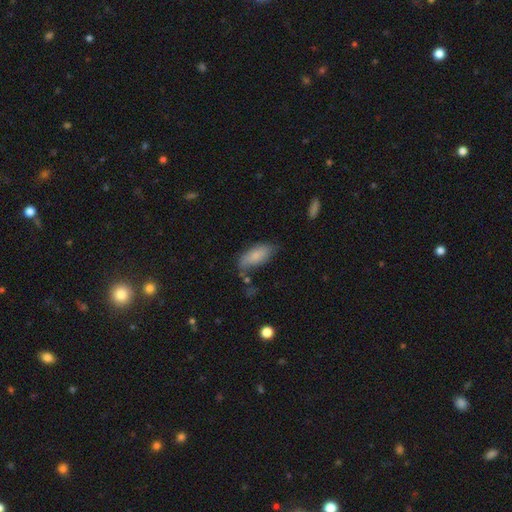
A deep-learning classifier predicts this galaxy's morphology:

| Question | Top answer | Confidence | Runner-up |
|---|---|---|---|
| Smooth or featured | smooth | 78% | featured or disk (15%) |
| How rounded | in between | 84% | cigar-shaped (14%) |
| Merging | none | 58% | minor disturbance (28%) |